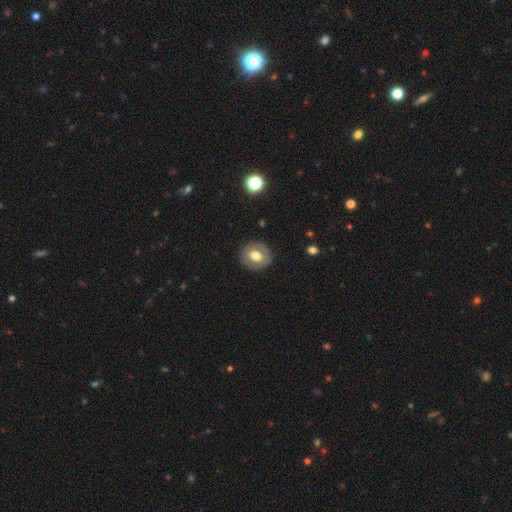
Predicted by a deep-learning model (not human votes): smooth-or-featured: smooth: 56% | featured or disk: 36% | star or artifact: 7%
  how-rounded: round: 76% | in between: 23% | cigar-shaped: 1%
  merging: none: 87% | minor disturbance: 8% | major disturbance: 3% | merger: 1%